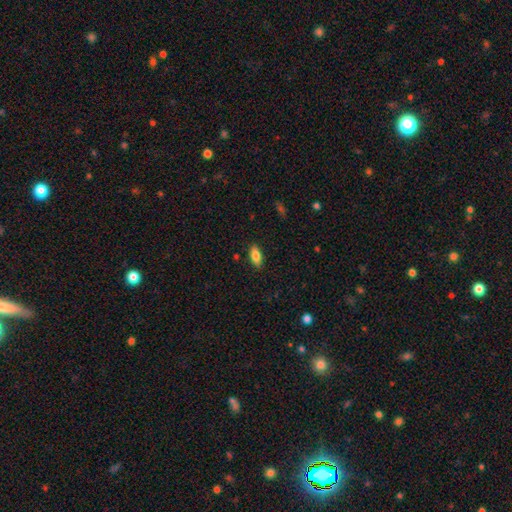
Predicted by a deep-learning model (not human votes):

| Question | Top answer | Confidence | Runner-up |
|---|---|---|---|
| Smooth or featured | smooth | 79% | featured or disk (13%) |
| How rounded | in between | 81% | cigar-shaped (16%) |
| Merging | none | 88% | minor disturbance (9%) |